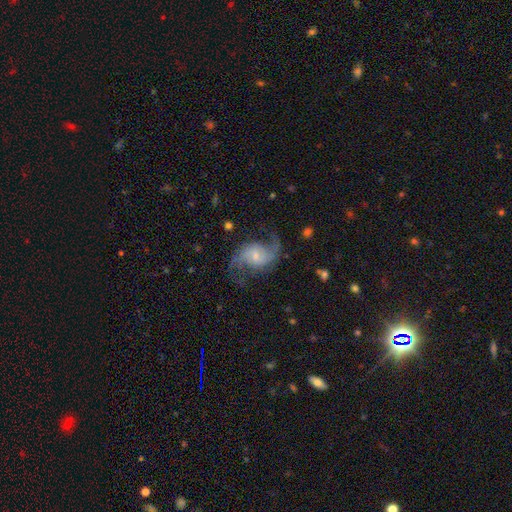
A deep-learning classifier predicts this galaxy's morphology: This appears to be a featured or disk galaxy (86%) with no bar (45%), 2 (93%) loose (62%) spiral arms (97%) and a small central bulge (56%). Merging: none (73%).